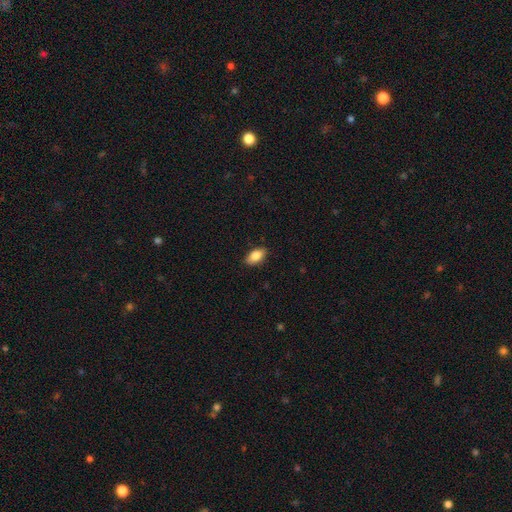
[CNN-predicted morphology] Smooth or featured?
  - smooth: 81% *
  - featured or disk: 12%
  - star or artifact: 7%
How rounded?
  - in between: 90% *
  - round: 6%
  - cigar-shaped: 4%
Merging?
  - none: 87% *
  - minor disturbance: 10%
  - major disturbance: 2%
  - merger: 1%